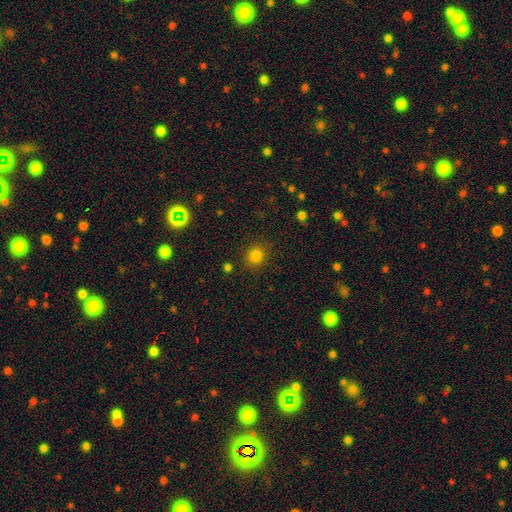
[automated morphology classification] A smooth galaxy with no disk features (81%) that is round (84%). Merging: none (87%).